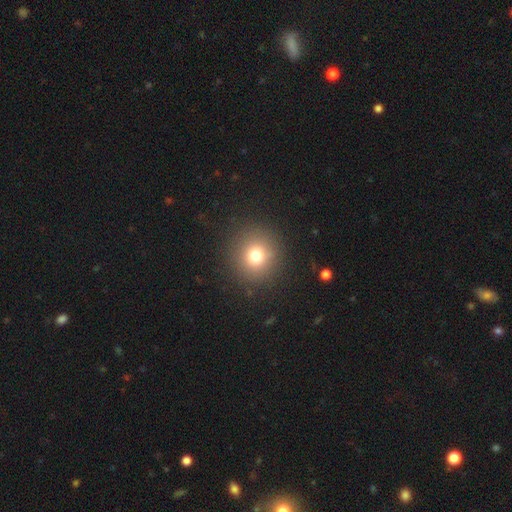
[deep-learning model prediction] A smooth galaxy with no disk features (75%) that is round (92%). Merging: none (89%).